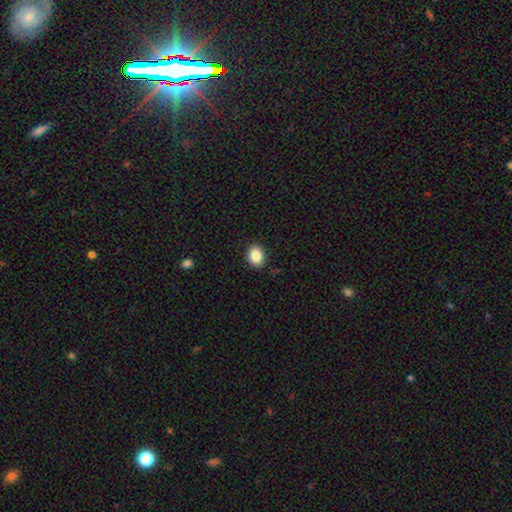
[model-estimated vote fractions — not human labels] Smooth or featured? smooth (88%)
How rounded? in between (63%)
Merging? none (89%)